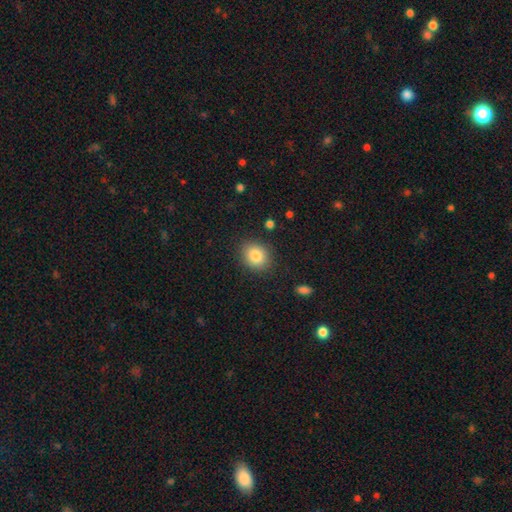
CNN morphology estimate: Smooth or featured?
  - smooth: 83% *
  - star or artifact: 9%
  - featured or disk: 7%
How rounded?
  - round: 67% *
  - in between: 32%
  - cigar-shaped: 1%
Merging?
  - none: 87% *
  - minor disturbance: 9%
  - major disturbance: 3%
  - merger: 1%